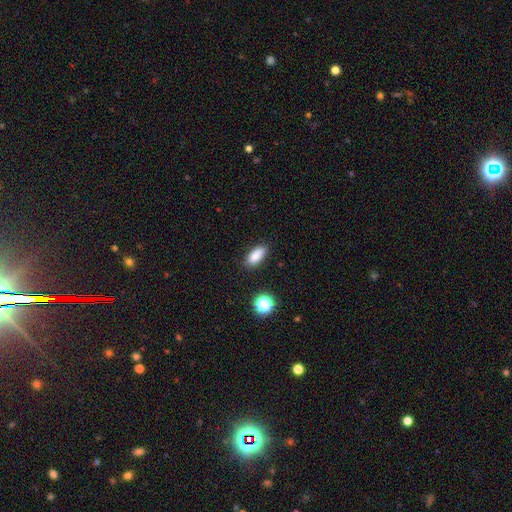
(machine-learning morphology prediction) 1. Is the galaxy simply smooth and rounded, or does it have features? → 85% smooth, 9% star or artifact, 6% featured or disk.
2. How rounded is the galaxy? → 82% in between, 14% cigar-shaped, 4% round.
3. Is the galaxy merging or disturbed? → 86% none, 10% minor disturbance, 2% major disturbance, 2% merger.